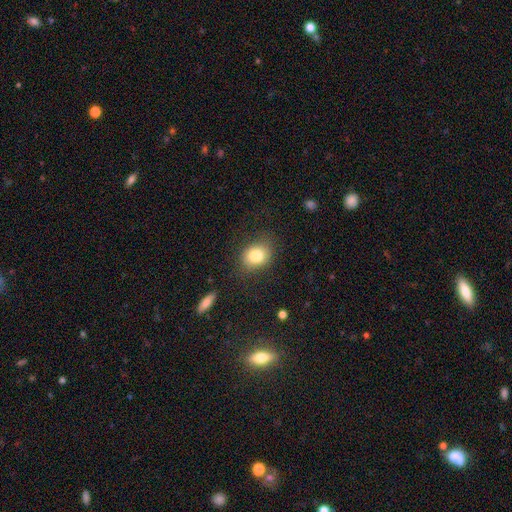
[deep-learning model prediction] Smooth or featured? smooth (81%)
How rounded? in between (53%)
Merging? none (80%)